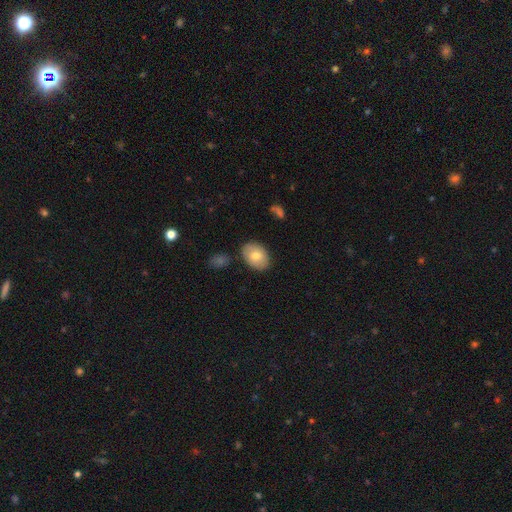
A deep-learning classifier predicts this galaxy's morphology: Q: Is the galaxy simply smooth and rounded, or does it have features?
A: smooth — 75%.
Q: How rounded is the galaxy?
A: in between — 82%.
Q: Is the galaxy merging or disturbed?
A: none — 83%.